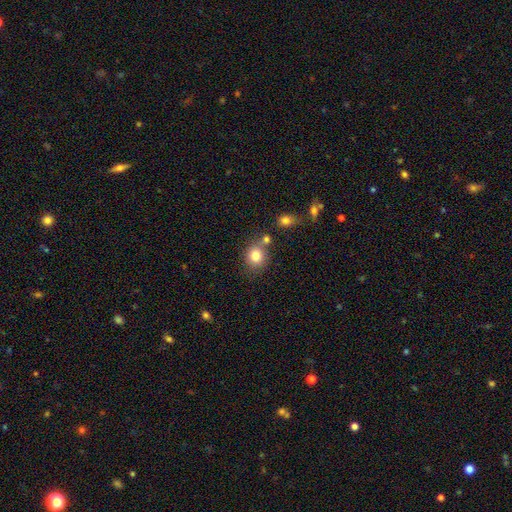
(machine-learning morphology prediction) Smooth or featured?
  - smooth: 81% *
  - star or artifact: 10%
  - featured or disk: 8%
How rounded?
  - round: 79% *
  - in between: 20%
  - cigar-shaped: 1%
Merging?
  - none: 65% *
  - merger: 19%
  - minor disturbance: 12%
  - major disturbance: 4%